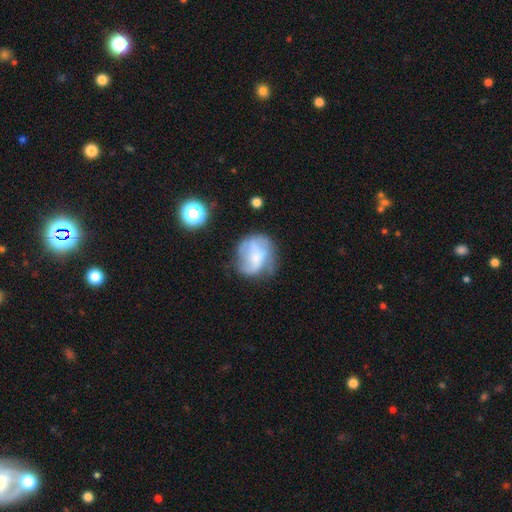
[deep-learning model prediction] The model was most divided on "smooth or featured" (2-way tie): featured or disk: 45%, smooth: 45%, star or artifact: 10%. Remaining: merging — none (43%).